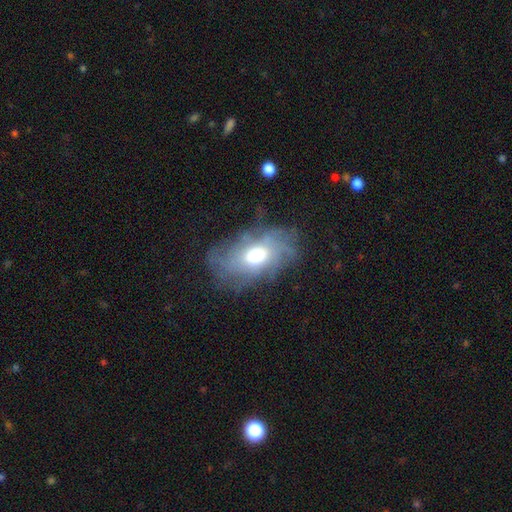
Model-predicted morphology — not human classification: Q: Smooth or featured?
A: featured or disk (58%); runner-up: smooth (32%)
Q: Edge-on disk?
A: no (93%); runner-up: yes (7%)
Q: Bar?
A: no (76%); runner-up: weak (20%)
Q: Spiral arms?
A: yes (65%); runner-up: no (35%)
Q: Bulge size?
A: moderate (55%); runner-up: large (34%)
Q: Merging?
A: none (59%); runner-up: minor disturbance (23%)